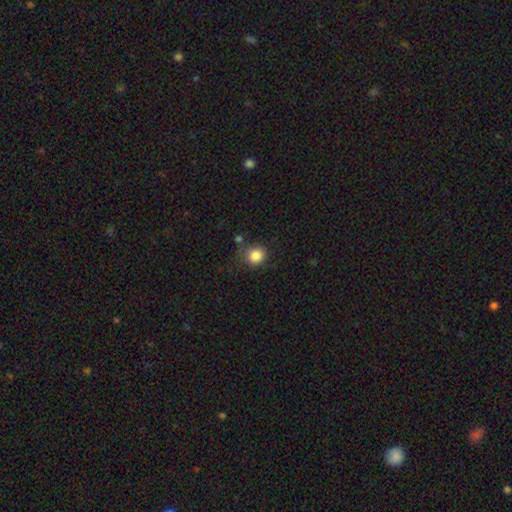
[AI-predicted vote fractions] Q: Smooth or featured?
A: smooth (85%); runner-up: star or artifact (10%)
Q: How rounded?
A: round (83%); runner-up: in between (16%)
Q: Merging?
A: none (72%); runner-up: minor disturbance (17%)